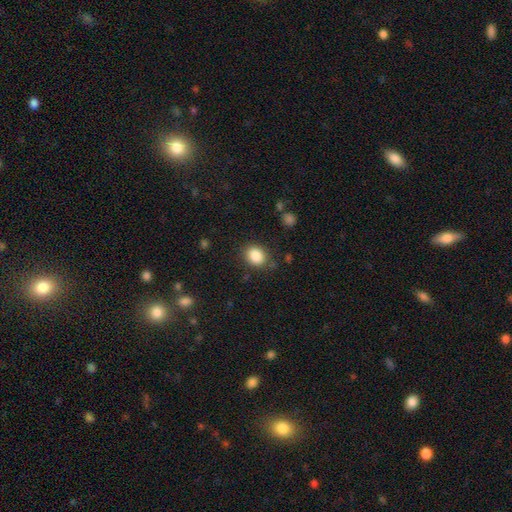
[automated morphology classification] Smooth or featured? Predicted: smooth (p=0.87). How rounded? Predicted: in between (p=0.51). Merging? Predicted: none (p=0.82).